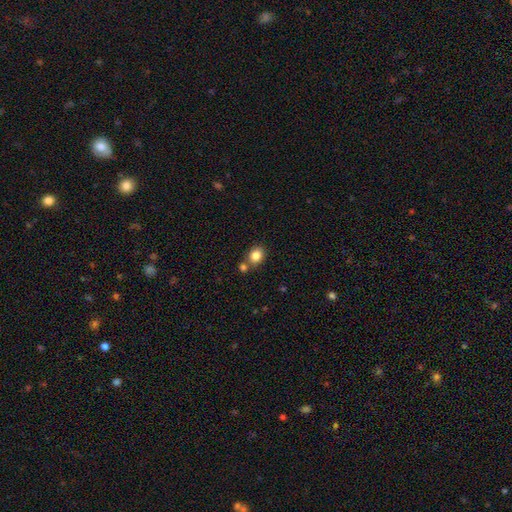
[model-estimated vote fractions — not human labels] Q: Smooth or featured?
A: smooth (83%); runner-up: star or artifact (10%)
Q: How rounded?
A: round (55%); runner-up: in between (44%)
Q: Merging?
A: none (65%); runner-up: merger (22%)